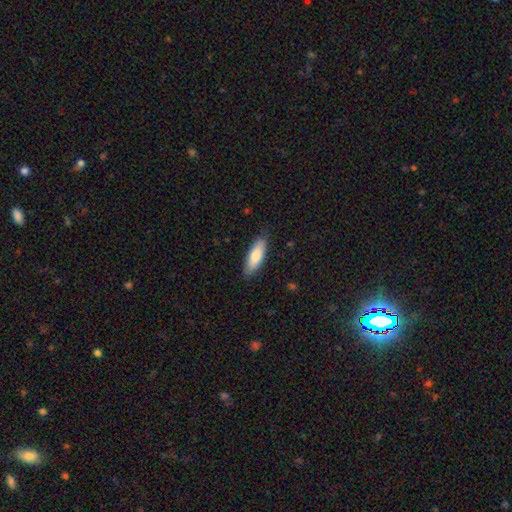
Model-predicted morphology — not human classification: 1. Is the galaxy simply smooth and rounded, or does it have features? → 77% smooth, 17% featured or disk, 6% star or artifact.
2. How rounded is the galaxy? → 60% in between, 38% cigar-shaped, 2% round.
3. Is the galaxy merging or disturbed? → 85% none, 12% minor disturbance, 2% major disturbance, 1% merger.